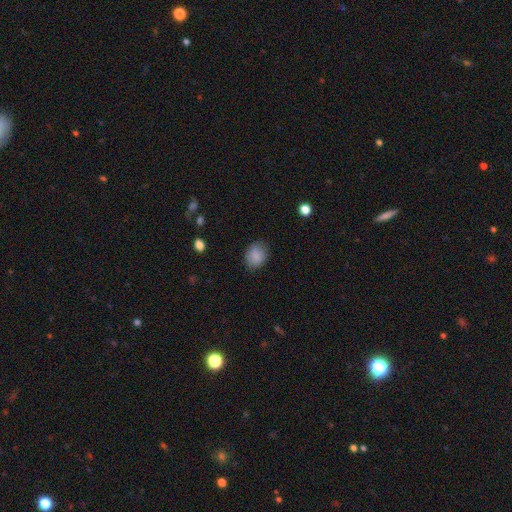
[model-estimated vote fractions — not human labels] Q: Smooth or featured?
A: smooth (86%); runner-up: star or artifact (8%)
Q: How rounded?
A: in between (59%); runner-up: round (40%)
Q: Merging?
A: none (80%); runner-up: minor disturbance (15%)